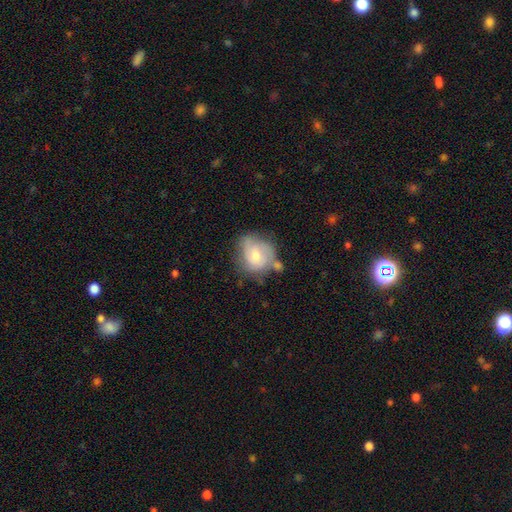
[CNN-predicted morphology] type=smooth (50%); merging=none (45%).